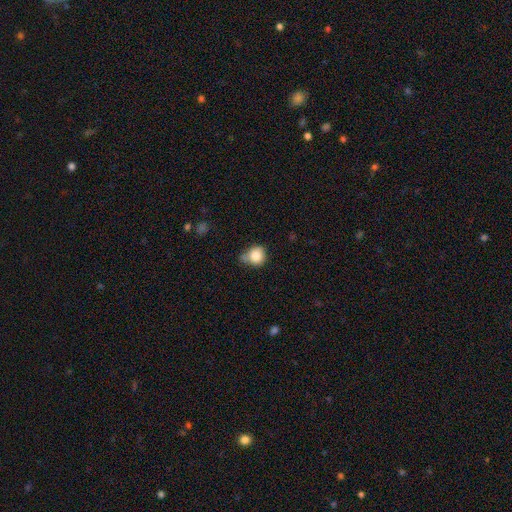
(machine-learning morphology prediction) smooth-or-featured: smooth: 83% | star or artifact: 10% | featured or disk: 8%
  how-rounded: round: 79% | in between: 20% | cigar-shaped: 1%
  merging: none: 50% | minor disturbance: 31% | merger: 12% | major disturbance: 8%